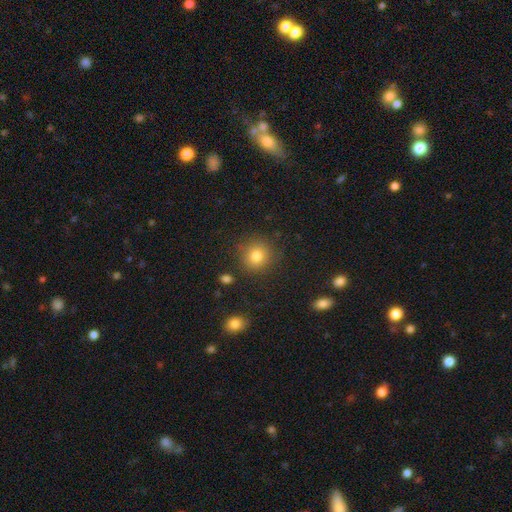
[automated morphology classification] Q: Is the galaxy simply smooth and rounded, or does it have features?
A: smooth — 81%.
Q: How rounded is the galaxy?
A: round — 89%.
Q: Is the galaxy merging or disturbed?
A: none — 86%.